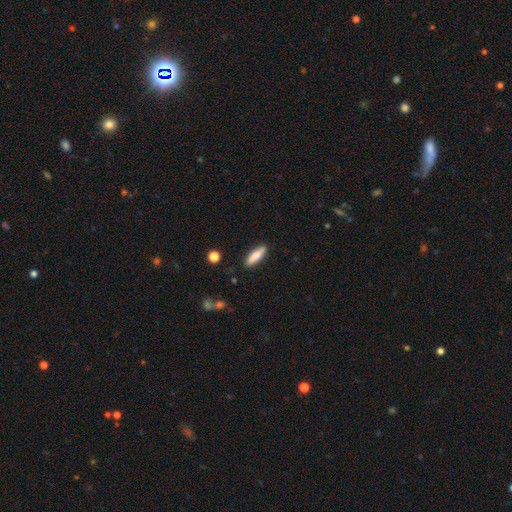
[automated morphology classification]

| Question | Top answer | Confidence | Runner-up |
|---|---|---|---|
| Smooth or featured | smooth | 78% | featured or disk (16%) |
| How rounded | cigar-shaped | 58% | in between (40%) |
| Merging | none | 88% | minor disturbance (9%) |